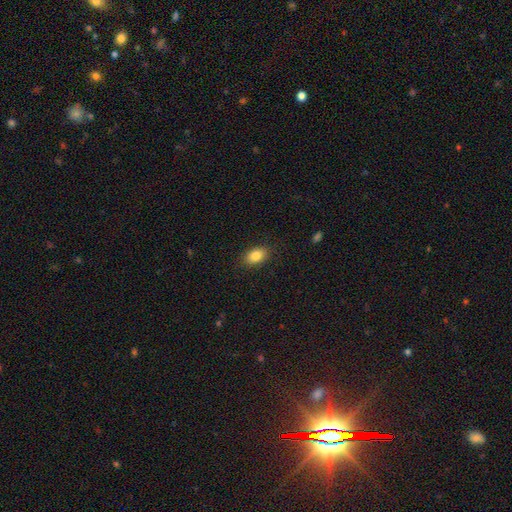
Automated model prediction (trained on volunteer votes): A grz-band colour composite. It shows a smooth galaxy with no disk features (86%) that is in between round and cigar-shaped (86%). Merging: none (87%).